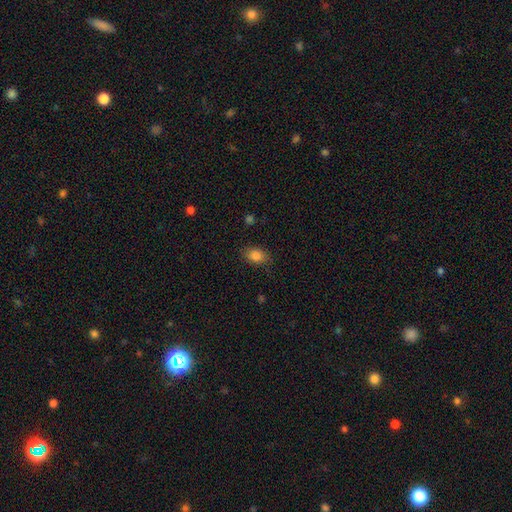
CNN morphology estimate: Smooth or featured? smooth (85%)
How rounded? in between (82%)
Merging? none (81%)